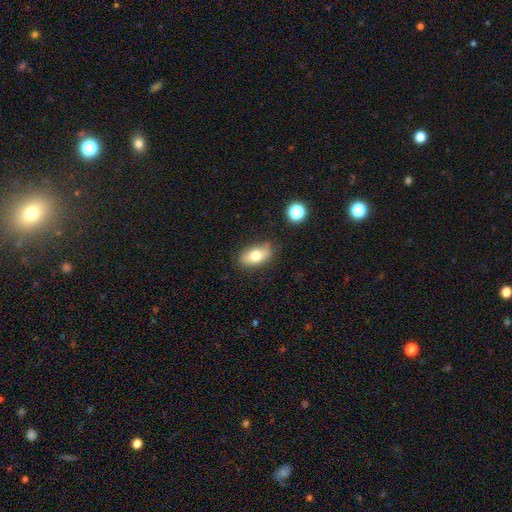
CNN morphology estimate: Q: Smooth or featured?
A: smooth (73%); runner-up: featured or disk (18%)
Q: How rounded?
A: in between (87%); runner-up: cigar-shaped (7%)
Q: Merging?
A: none (80%); runner-up: minor disturbance (15%)